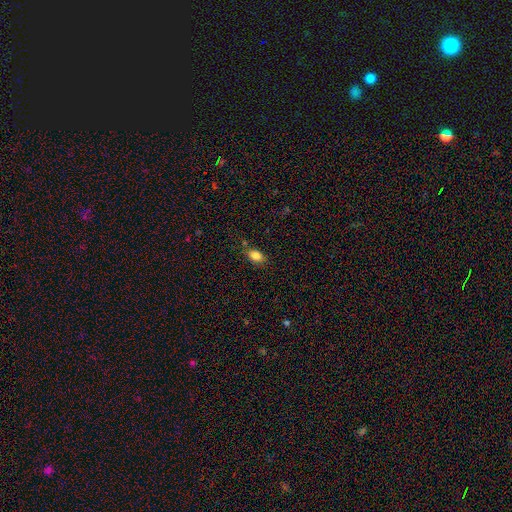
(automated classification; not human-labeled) This is clearly a smooth galaxy (84%). How rounded: clearly in between (85%). Merging: likely none (76%).